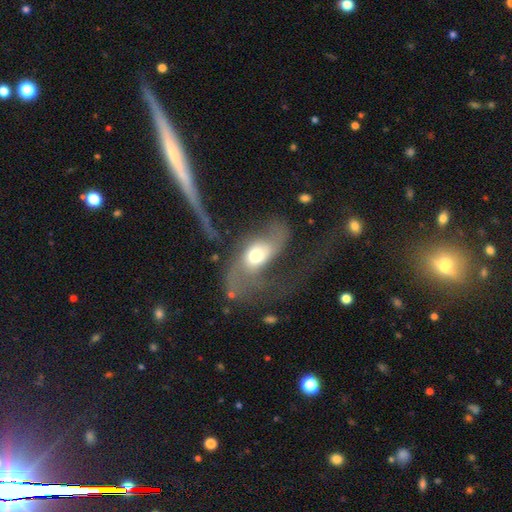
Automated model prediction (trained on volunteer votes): Morphology: type=featured or disk (59%); edge-on=no (93%); bar=no (70%); spiral arms=yes (70%); bulge=moderate (55%); merging=major disturbance (56%).